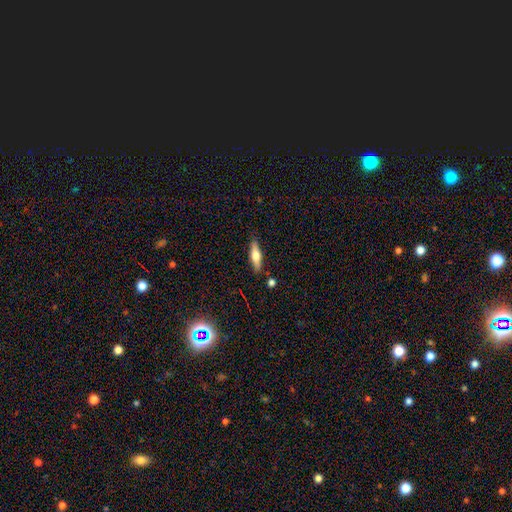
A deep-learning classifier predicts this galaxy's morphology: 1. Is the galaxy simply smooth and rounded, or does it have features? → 51% smooth, 42% featured or disk, 7% star or artifact.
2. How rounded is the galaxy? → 62% cigar-shaped, 35% in between, 2% round.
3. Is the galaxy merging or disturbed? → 84% none, 10% minor disturbance, 3% merger, 2% major disturbance.